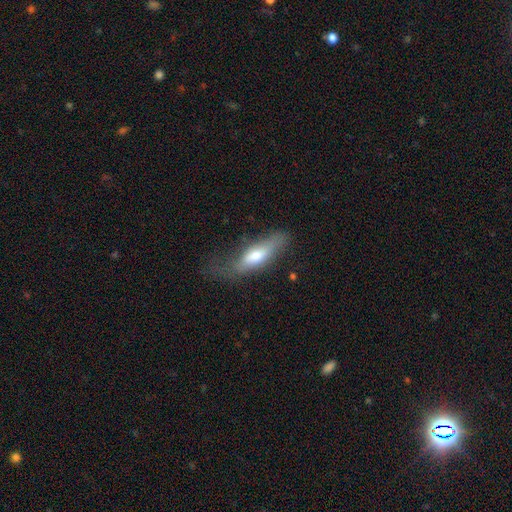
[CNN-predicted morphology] type=smooth (60%); roundness=cigar-shaped (53%); merging=none (44%).